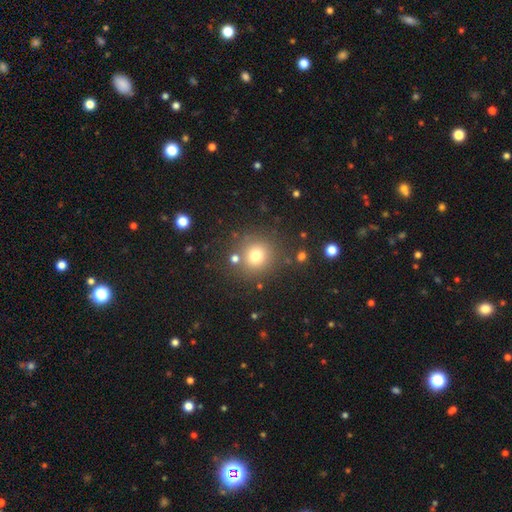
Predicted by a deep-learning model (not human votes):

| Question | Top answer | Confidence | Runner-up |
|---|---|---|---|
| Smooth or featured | smooth | 75% | star or artifact (16%) |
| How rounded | round | 90% | in between (9%) |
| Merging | none | 80% | minor disturbance (9%) |